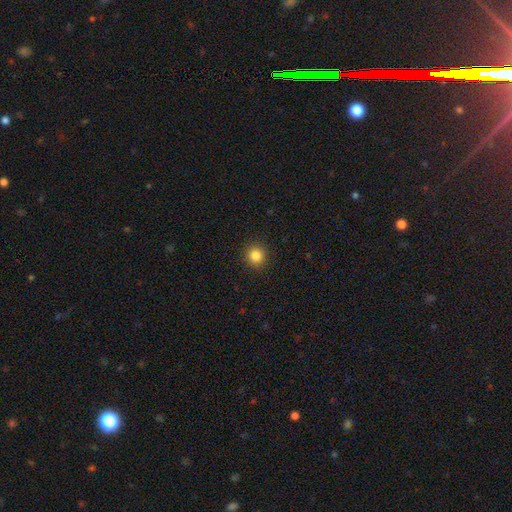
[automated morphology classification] Smooth or featured? Predicted: smooth (p=0.84). How rounded? Predicted: round (p=0.93). Merging? Predicted: none (p=0.92).